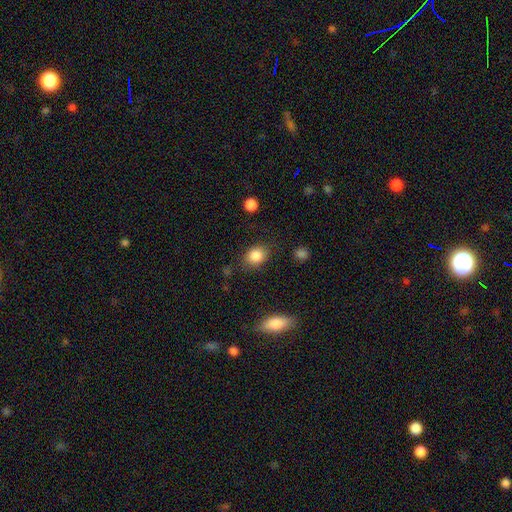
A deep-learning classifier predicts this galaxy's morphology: This appears to be a smooth galaxy with no disk features (86%) that is in between round and cigar-shaped (52%). Merging: none (79%).